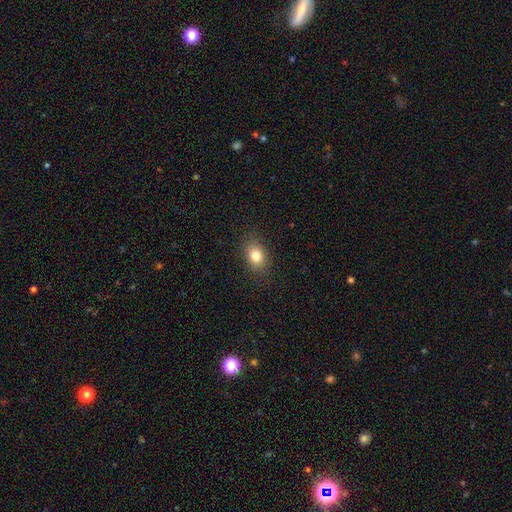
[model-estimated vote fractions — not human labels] Smooth or featured?
  - smooth: 81% *
  - star or artifact: 10%
  - featured or disk: 8%
How rounded?
  - in between: 67% *
  - round: 31%
  - cigar-shaped: 1%
Merging?
  - none: 86% *
  - minor disturbance: 10%
  - major disturbance: 3%
  - merger: 1%